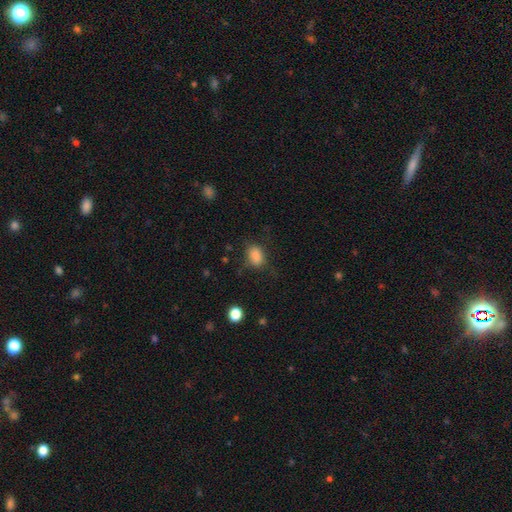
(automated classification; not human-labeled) Smooth or featured? smooth (85%)
How rounded? in between (76%)
Merging? none (68%)